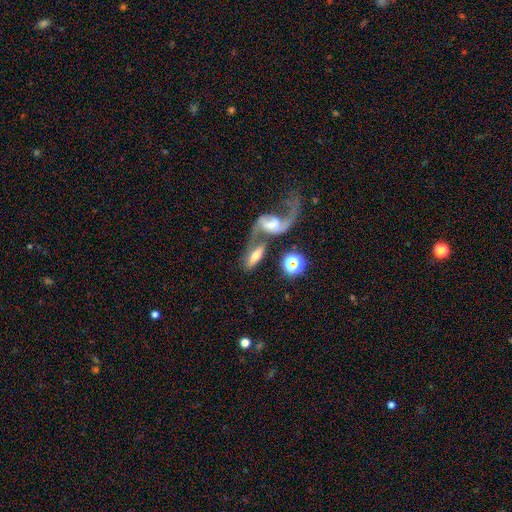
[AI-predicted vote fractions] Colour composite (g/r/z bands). It shows a featured or disk galaxy (52%). Merging: merger (52%).